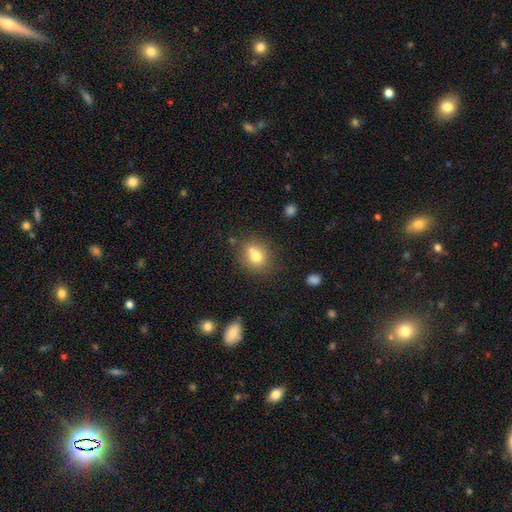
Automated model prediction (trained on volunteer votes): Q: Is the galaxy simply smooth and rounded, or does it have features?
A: smooth — 74%.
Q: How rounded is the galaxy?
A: round — 69%.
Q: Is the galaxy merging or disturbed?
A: none — 58%.